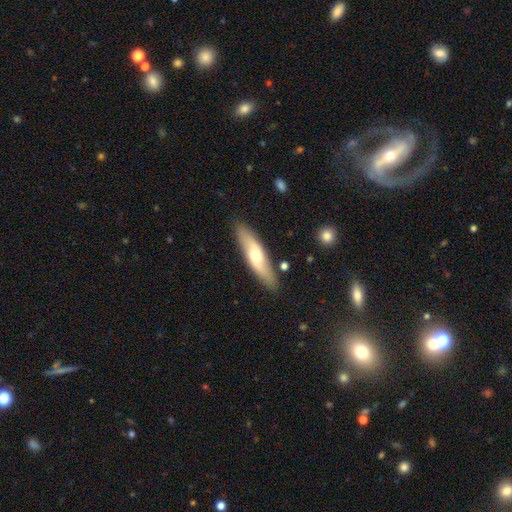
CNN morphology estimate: type=smooth (49%); merging=none (86%).